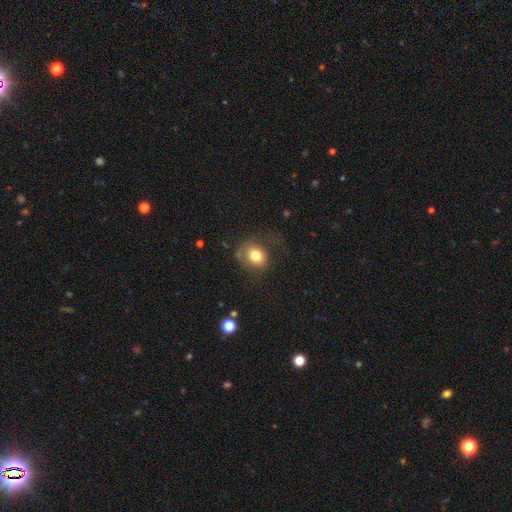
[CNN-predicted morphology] Smooth or featured? smooth (74%)
How rounded? round (60%)
Merging? none (55%)